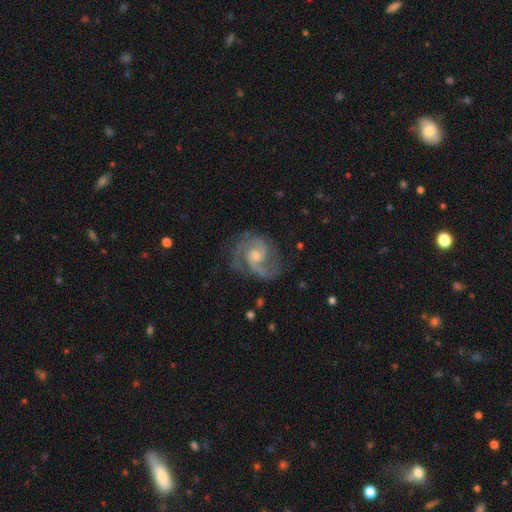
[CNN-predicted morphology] smooth_or_featured: featured or disk (p=0.87) [alt: smooth p=0.07]
disk_edge_on: no (p=0.98) [alt: yes p=0.02]
bar: no (p=0.60) [alt: weak p=0.34]
has_spiral_arms: yes (p=0.97) [alt: no p=0.03]
spiral_winding: medium (p=0.53) [alt: tight p=0.30]
spiral_arm_count: 2 (p=0.67) [alt: 3 p=0.15]
bulge_size: moderate (p=0.47) [alt: small p=0.46]
merging: none (p=0.70) [alt: minor disturbance p=0.18]